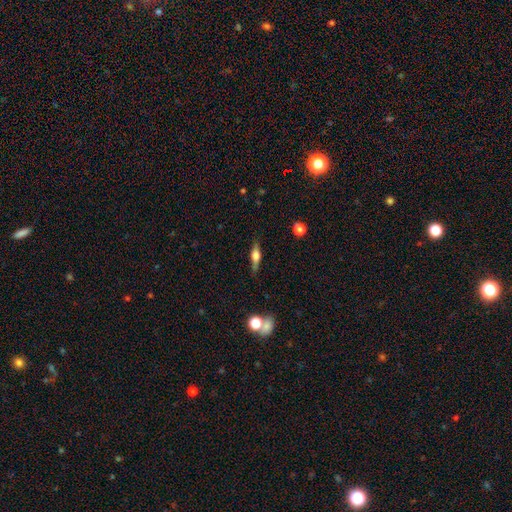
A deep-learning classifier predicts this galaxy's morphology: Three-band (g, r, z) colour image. It shows a featured or disk galaxy (50%) viewed edge-on (93%). Merging: none (78%).